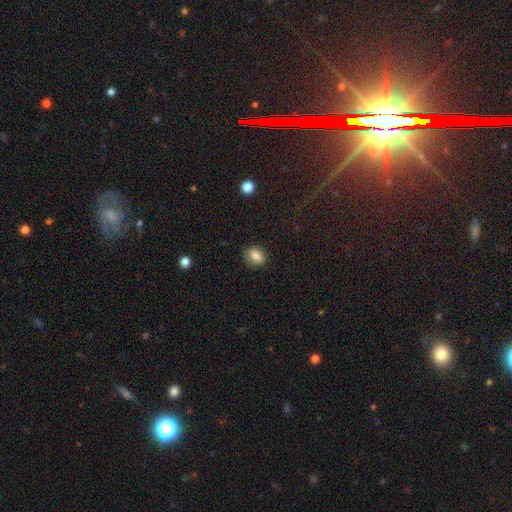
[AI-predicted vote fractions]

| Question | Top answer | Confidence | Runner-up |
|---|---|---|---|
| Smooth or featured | smooth | 76% | featured or disk (14%) |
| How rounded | round | 51% | in between (47%) |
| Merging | none | 83% | minor disturbance (12%) |